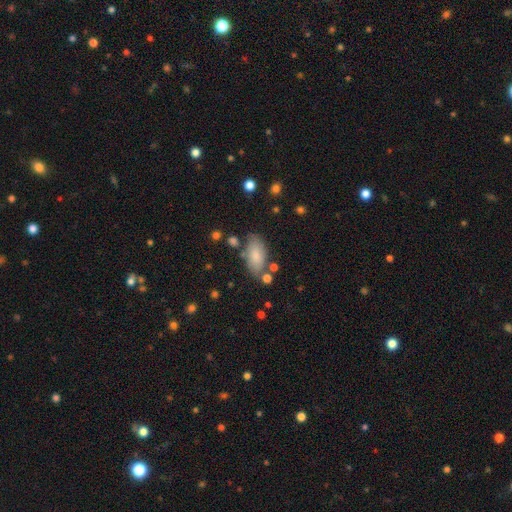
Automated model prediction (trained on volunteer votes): Smooth or featured: smooth — 80% (featured or disk — 13%)
How rounded: in between — 92% (cigar-shaped — 5%)
Merging: none — 70% (minor disturbance — 17%)